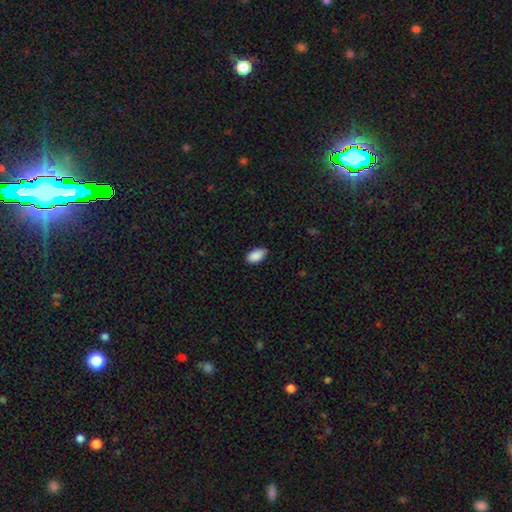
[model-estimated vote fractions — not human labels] Smooth or featured? Predicted: smooth (p=0.90). How rounded? Predicted: in between (p=0.95). Merging? Predicted: none (p=0.86).